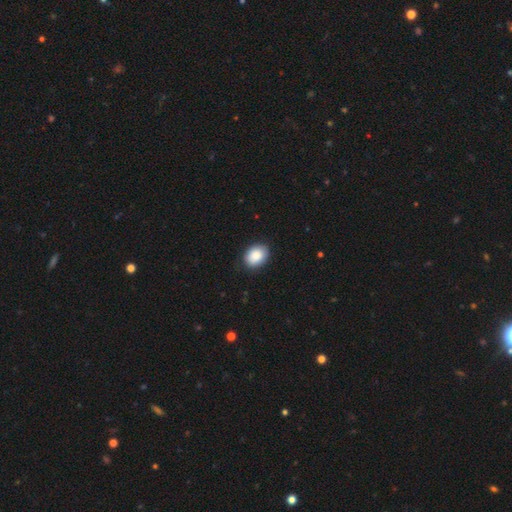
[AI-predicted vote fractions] smooth-or-featured: smooth: 88% | star or artifact: 7% | featured or disk: 5%
  how-rounded: in between: 70% | round: 29% | cigar-shaped: 1%
  merging: none: 86% | minor disturbance: 11% | major disturbance: 2% | merger: 1%